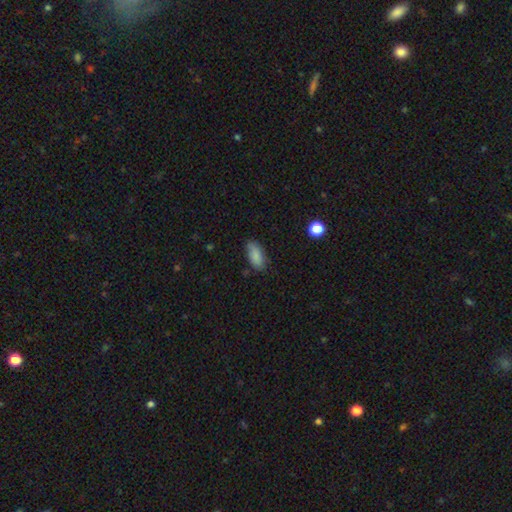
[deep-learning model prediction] The model was most divided on "merging": none: 78%, minor disturbance: 17%, major disturbance: 3%, merger: 2%. More confident: how rounded — in between (88%); smooth or featured — smooth (87%).